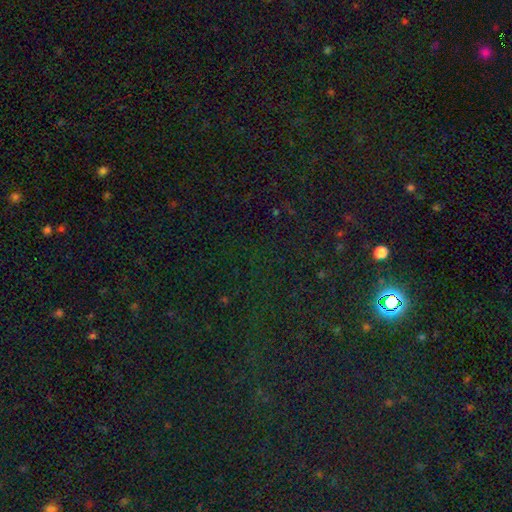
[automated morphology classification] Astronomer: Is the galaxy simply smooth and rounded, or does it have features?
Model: star or artifact — 80%.